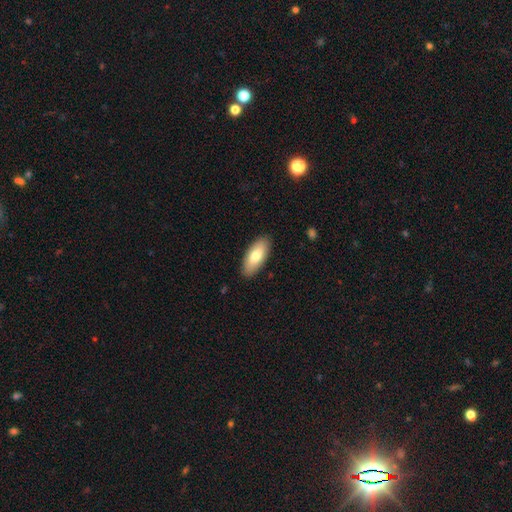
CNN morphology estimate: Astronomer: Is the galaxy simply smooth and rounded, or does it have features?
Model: smooth — 76%.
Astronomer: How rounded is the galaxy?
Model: in between — 85%.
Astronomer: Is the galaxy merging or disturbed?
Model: none — 89%.